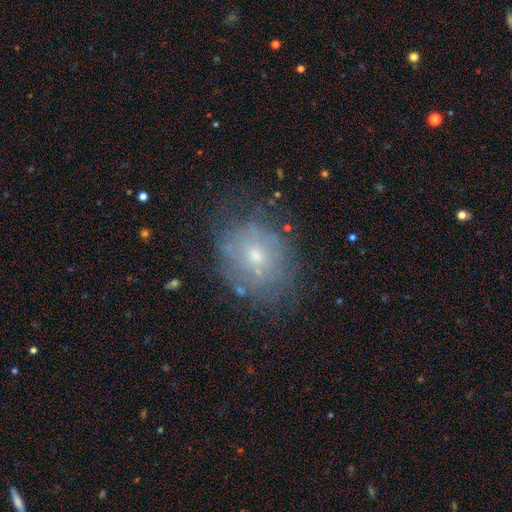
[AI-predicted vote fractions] The model was most divided on "smooth or featured": featured or disk: 48%, smooth: 40%, star or artifact: 12%. More confident: merging — none (59%).